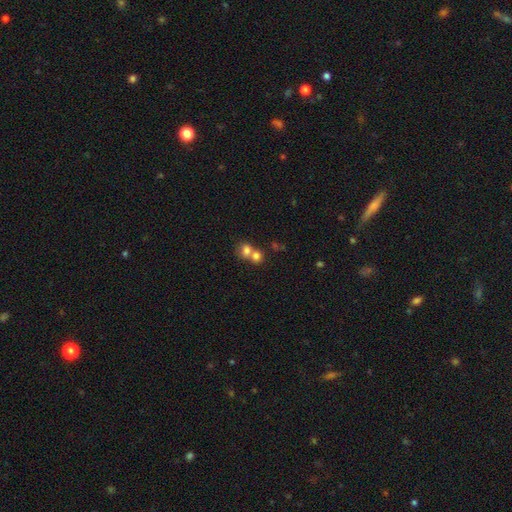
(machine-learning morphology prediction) Smooth or featured? smooth (75%)
How rounded? round (76%)
Merging? merger (59%)